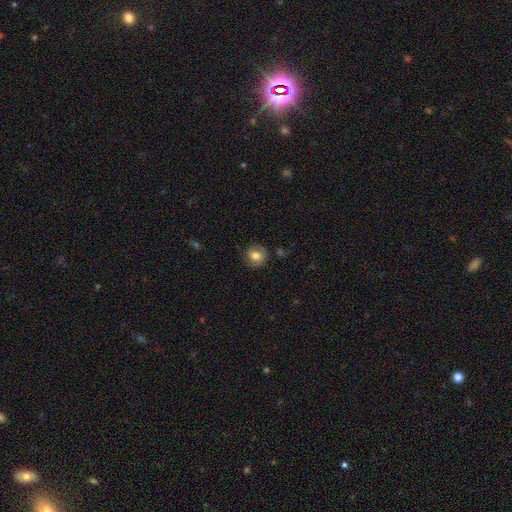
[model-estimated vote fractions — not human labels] Smooth or featured? smooth (67%)
How rounded? round (82%)
Merging? none (80%)